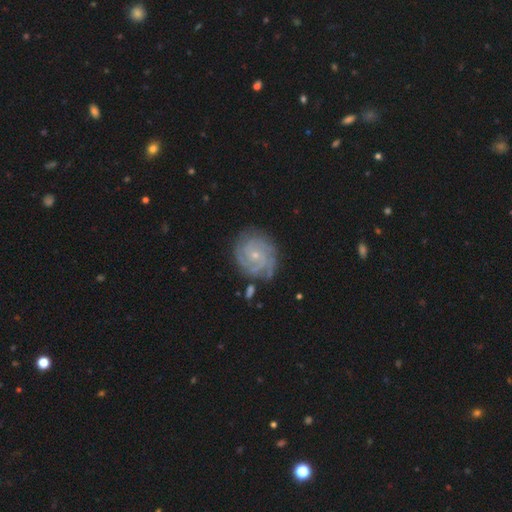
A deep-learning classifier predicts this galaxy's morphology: Q: Smooth or featured?
A: featured or disk (86%); runner-up: smooth (8%)
Q: Edge-on disk?
A: no (98%); runner-up: yes (2%)
Q: Bar?
A: no (74%); runner-up: weak (21%)
Q: Spiral arms?
A: yes (97%); runner-up: no (3%)
Q: Spiral winding?
A: tight (77%); runner-up: medium (20%)
Q: Spiral arm count?
A: 3 (29%); runner-up: 2 (26%)
Q: Bulge size?
A: small (74%); runner-up: moderate (22%)
Q: Merging?
A: none (75%); runner-up: minor disturbance (17%)